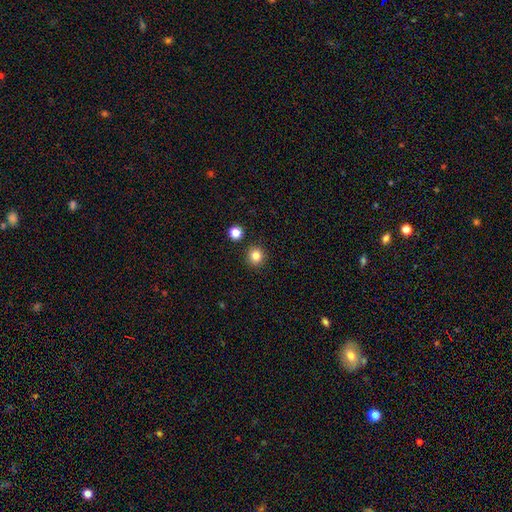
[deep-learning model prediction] The model was most divided on "smooth or featured": smooth: 83%, star or artifact: 12%, featured or disk: 5%. More confident: how rounded — round (92%); merging — none (90%).